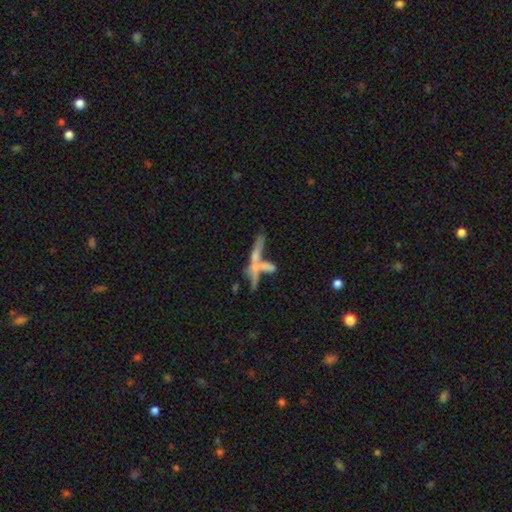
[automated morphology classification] This appears to be a featured or disk galaxy (50%) viewed edge-on (69%). Merging: merger (42%).